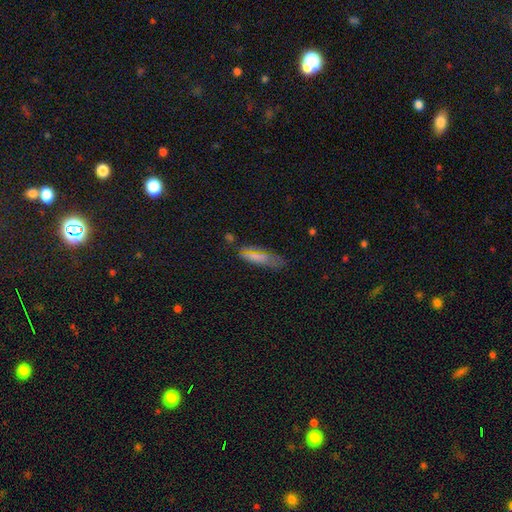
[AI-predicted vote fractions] This appears to be a smooth galaxy with no disk features (63%) that is cigar-shaped (49%). Merging: none (64%).